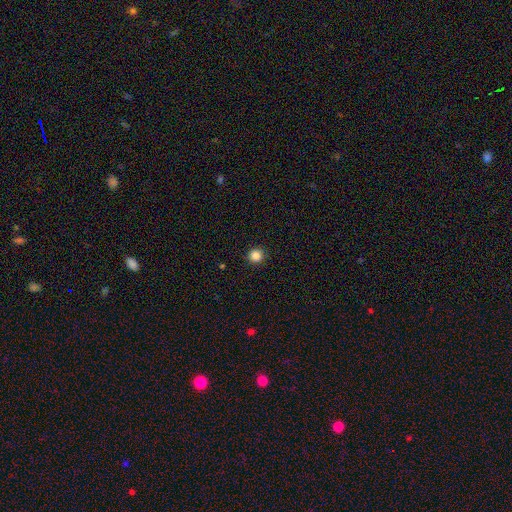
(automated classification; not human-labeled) This is clearly a smooth galaxy (85%). How rounded: clearly round (93%). Merging: clearly none (93%).